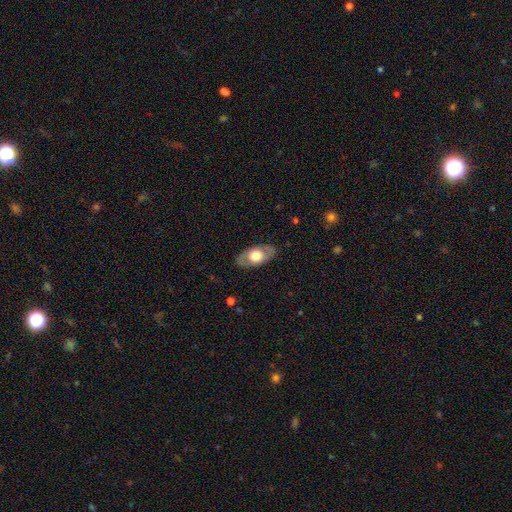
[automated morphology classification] smooth_or_featured: smooth (p=0.50) [alt: featured or disk p=0.46]
merging: none (p=0.84) [alt: minor disturbance p=0.11]